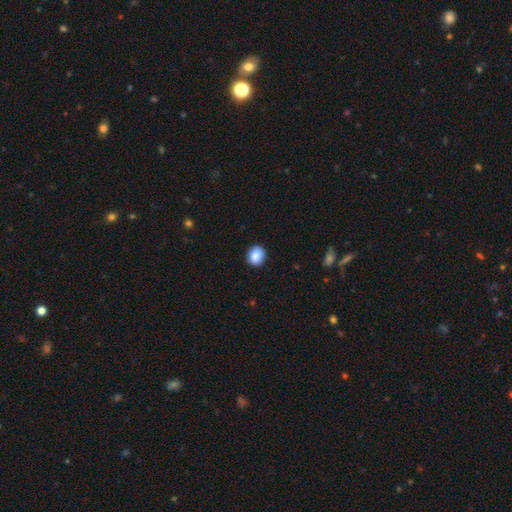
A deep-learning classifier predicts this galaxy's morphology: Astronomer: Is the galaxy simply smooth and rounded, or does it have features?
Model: smooth — 88%.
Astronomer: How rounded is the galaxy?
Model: round — 70%.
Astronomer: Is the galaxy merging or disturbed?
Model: none — 89%.